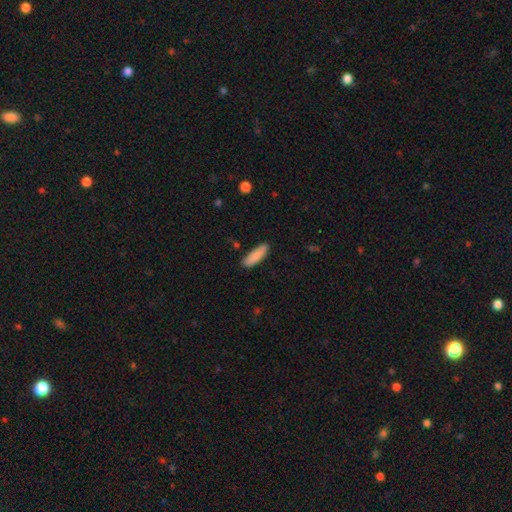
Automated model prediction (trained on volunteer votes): Q: Smooth or featured?
A: smooth (88%); runner-up: featured or disk (6%)
Q: How rounded?
A: cigar-shaped (49%); tied with: in between (49%)
Q: Merging?
A: none (87%); runner-up: minor disturbance (10%)